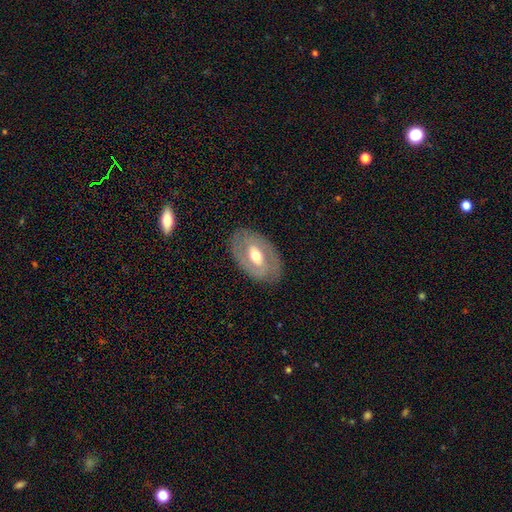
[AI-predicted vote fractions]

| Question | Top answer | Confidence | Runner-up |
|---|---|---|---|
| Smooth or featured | featured or disk | 61% | smooth (33%) |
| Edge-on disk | no | 90% | yes (10%) |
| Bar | no | 40% | weak (38%) |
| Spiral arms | no | 60% | yes (40%) |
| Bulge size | moderate | 70% | small (17%) |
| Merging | none | 82% | minor disturbance (12%) |